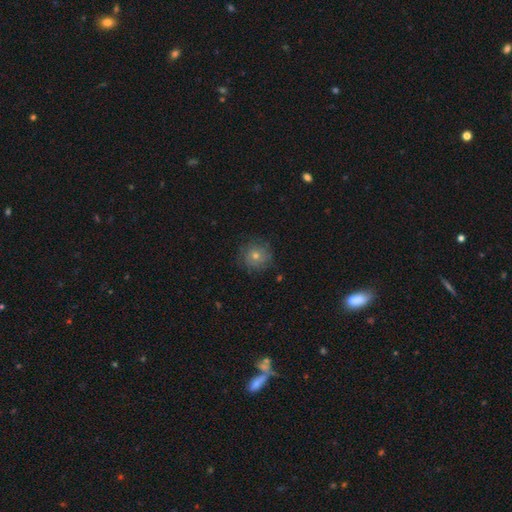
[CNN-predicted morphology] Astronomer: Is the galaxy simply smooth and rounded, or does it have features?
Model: smooth — 48% (runner-up: featured or disk, 33%).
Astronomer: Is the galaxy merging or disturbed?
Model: none — 83%.